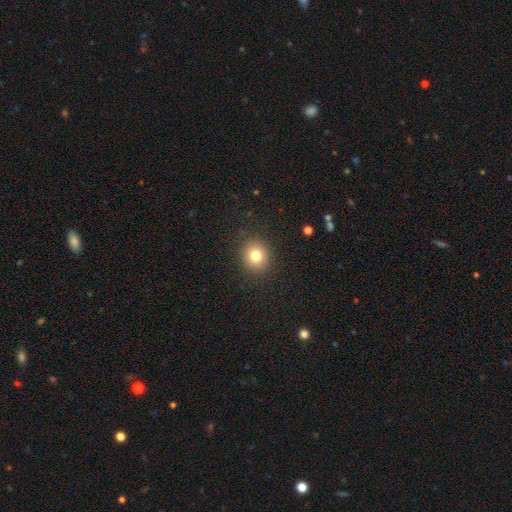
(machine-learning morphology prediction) smooth_or_featured: smooth (p=0.79) [alt: star or artifact p=0.12]
how_rounded: round (p=0.83) [alt: in between p=0.16]
merging: none (p=0.90) [alt: minor disturbance p=0.07]